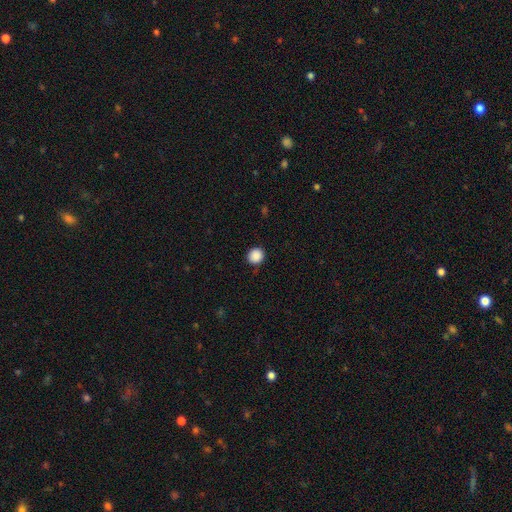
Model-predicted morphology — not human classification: Smooth or featured?
  - smooth: 89% *
  - star or artifact: 9%
  - featured or disk: 3%
How rounded?
  - round: 93% *
  - in between: 6%
  - cigar-shaped: 1%
Merging?
  - none: 89% *
  - minor disturbance: 7%
  - major disturbance: 2%
  - merger: 1%